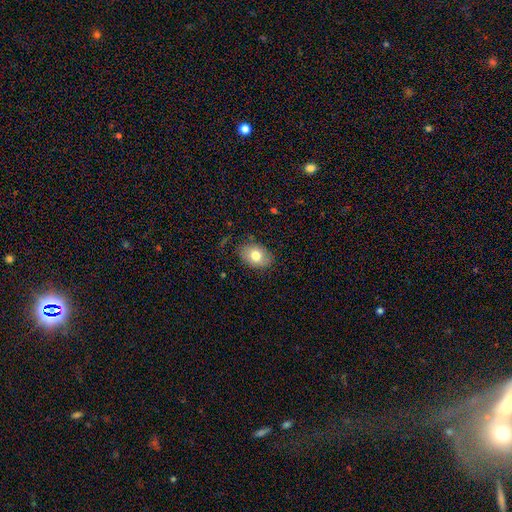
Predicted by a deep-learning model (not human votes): Morphology: type=smooth (77%); roundness=in between (80%); merging=none (82%).